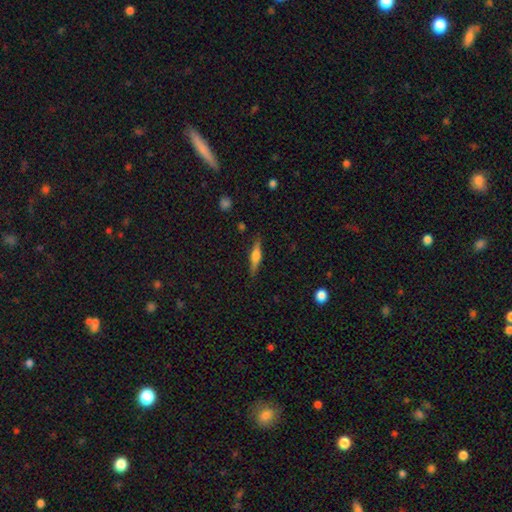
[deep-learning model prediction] smooth-or-featured: featured or disk: 53% | smooth: 40% | star or artifact: 7%
  disk-edge-on: yes: 96% | no: 4%
    edge-on-bulge: rounded: 78% | boxy: 16% | none: 6%
  merging: none: 87% | minor disturbance: 10% | major disturbance: 2% | merger: 1%